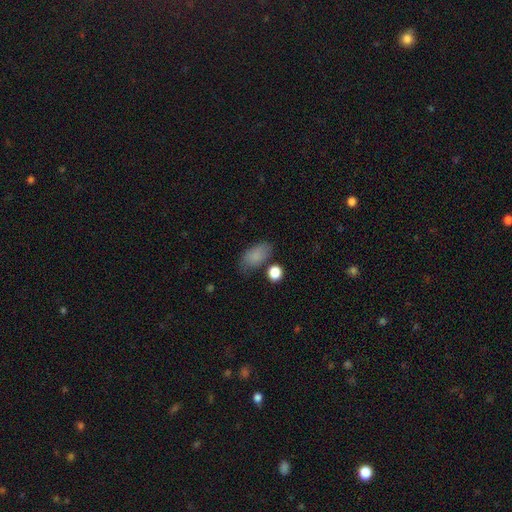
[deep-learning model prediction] smooth 83%, star or artifact 8%, featured or disk 8%. Down the decision tree: how rounded — in between (91%); merging — none (66%).